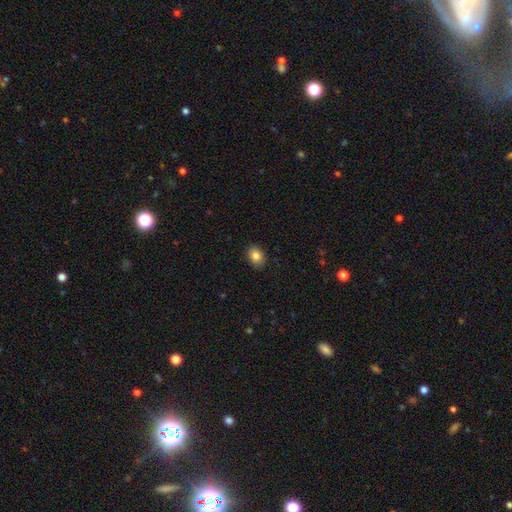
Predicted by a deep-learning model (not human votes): A smooth galaxy with no disk features (85%) that is in between round and cigar-shaped (65%). Merging: none (89%).